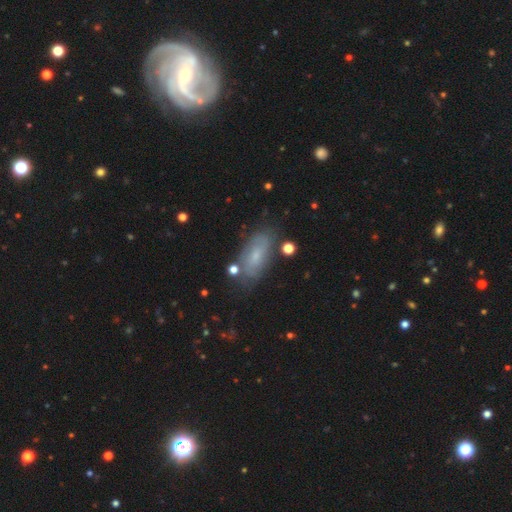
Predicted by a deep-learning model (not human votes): smooth 48%, featured or disk 42%, star or artifact 11%. Down the decision tree: merging — none (73%).